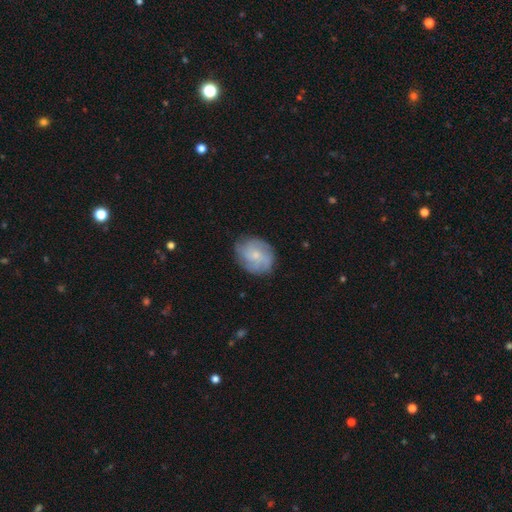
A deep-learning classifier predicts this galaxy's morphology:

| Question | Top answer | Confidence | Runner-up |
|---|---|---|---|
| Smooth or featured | featured or disk | 57% | smooth (35%) |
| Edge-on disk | no | 97% | yes (3%) |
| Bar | no | 76% | weak (22%) |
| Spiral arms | yes | 88% | no (12%) |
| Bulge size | small | 67% | moderate (27%) |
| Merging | none | 77% | minor disturbance (17%) |